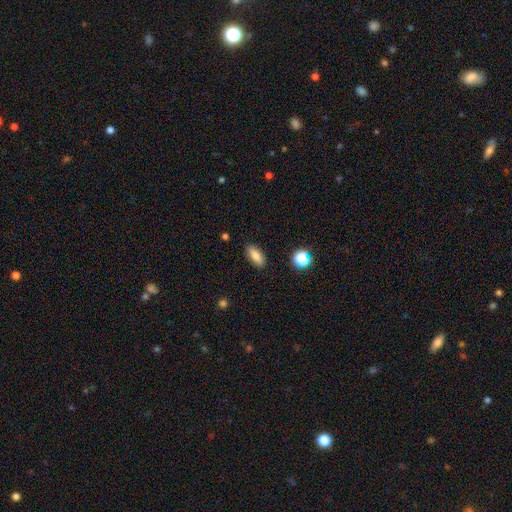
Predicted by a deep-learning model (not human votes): Smooth or featured? smooth (83%)
How rounded? in between (77%)
Merging? none (88%)